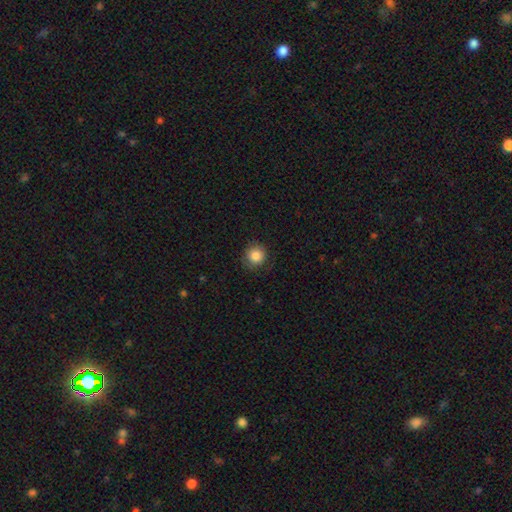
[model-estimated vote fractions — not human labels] Smooth or featured?
  - smooth: 84% *
  - star or artifact: 10%
  - featured or disk: 6%
How rounded?
  - round: 93% *
  - in between: 6%
  - cigar-shaped: 1%
Merging?
  - none: 85% *
  - minor disturbance: 11%
  - major disturbance: 3%
  - merger: 1%